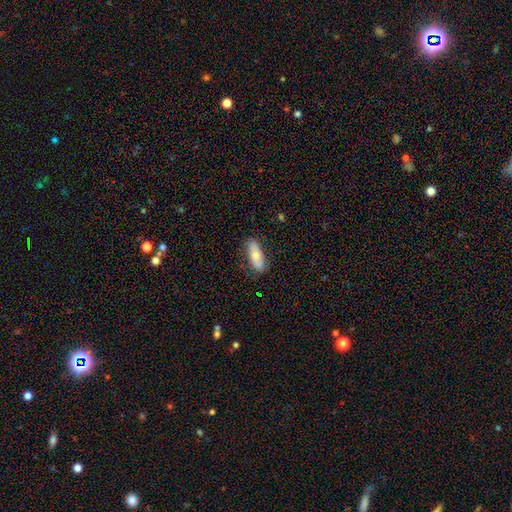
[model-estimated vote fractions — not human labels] Smooth or featured? Predicted: smooth (p=0.65). How rounded? Predicted: in between (p=0.75). Merging? Predicted: none (p=0.82).